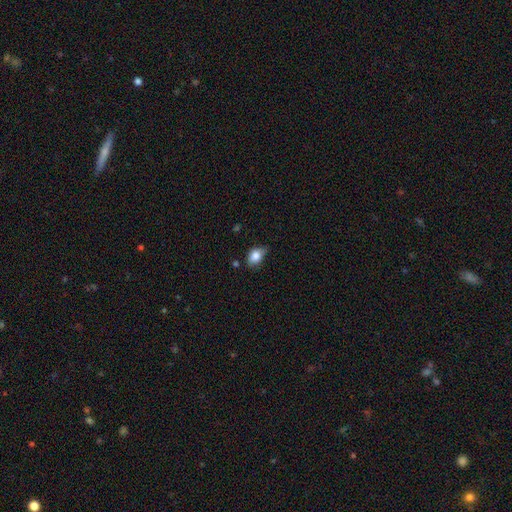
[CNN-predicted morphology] smooth 80%, featured or disk 12%, star or artifact 8%. Down the decision tree: how rounded — in between (74%); merging — none (51%).